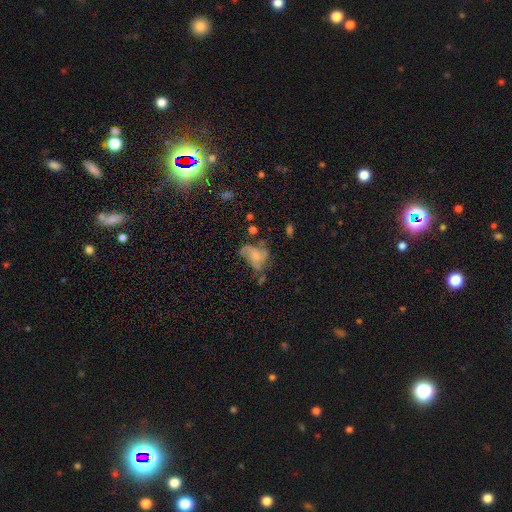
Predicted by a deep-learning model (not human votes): featured or disk 58%, smooth 31%, star or artifact 10%. Down the decision tree: edge-on disk — no (97%); bar — no (75%); spiral arms — yes (74%); bulge size — small (47%); merging — major disturbance (34%).